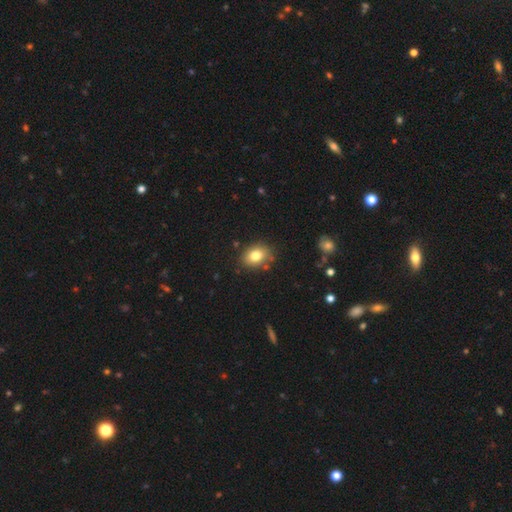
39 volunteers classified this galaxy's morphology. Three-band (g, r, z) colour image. It shows a smooth galaxy with no disk features (77%) that is in between round and cigar-shaped (63%). Merging: none (89%).